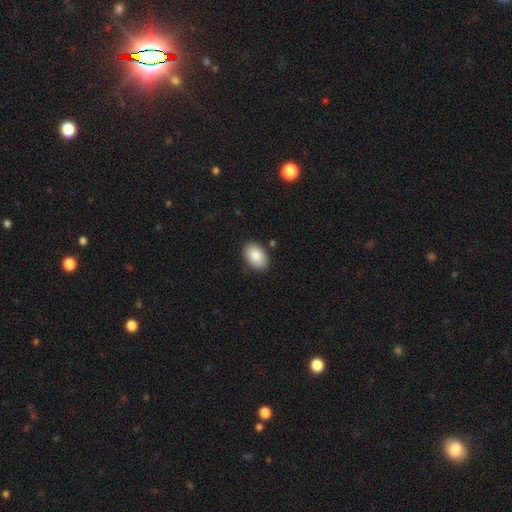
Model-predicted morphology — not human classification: A smooth galaxy with no disk features (87%) that is in between round and cigar-shaped (89%).

Vote fractions:
- Smooth or featured? smooth: 87% / featured or disk: 6% / star or artifact: 6%
- How rounded? in between: 89% / round: 10% / cigar-shaped: 1%
- Merging? none: 86% / minor disturbance: 10% / major disturbance: 2% / merger: 2%